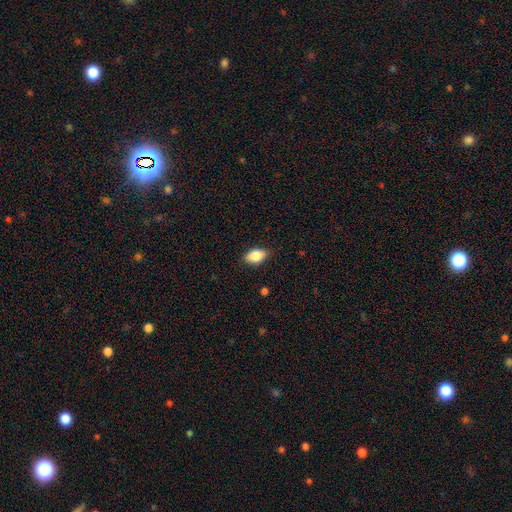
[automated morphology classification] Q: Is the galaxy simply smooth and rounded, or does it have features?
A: smooth — 84%.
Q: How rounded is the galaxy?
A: in between — 89%.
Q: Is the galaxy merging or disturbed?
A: none — 85%.